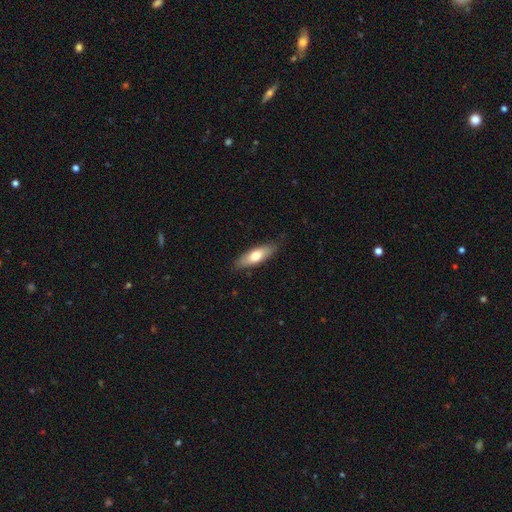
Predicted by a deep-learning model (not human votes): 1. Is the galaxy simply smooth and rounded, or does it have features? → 68% smooth, 26% featured or disk, 6% star or artifact.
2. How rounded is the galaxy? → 56% in between, 42% cigar-shaped, 2% round.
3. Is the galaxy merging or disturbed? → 82% none, 14% minor disturbance, 3% major disturbance, 1% merger.